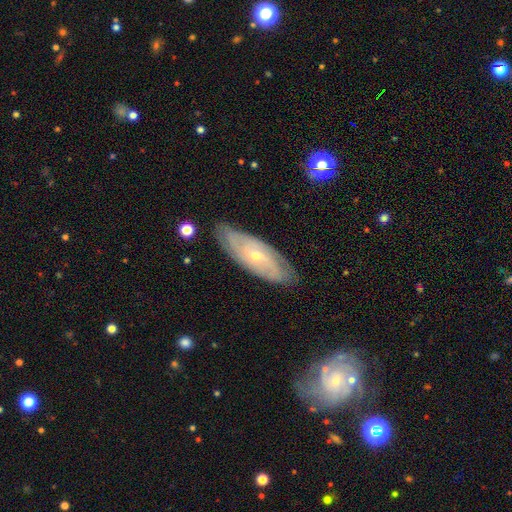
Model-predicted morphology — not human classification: Smooth or featured?
  - featured or disk: 76% *
  - smooth: 17%
  - star or artifact: 6%
Edge-on disk?
  - no: 84% *
  - yes: 16%
Bar?
  - no: 70% *
  - weak: 25%
  - strong: 5%
Spiral arms?
  - yes: 89% *
  - no: 11%
Spiral winding?
  - tight: 65% *
  - medium: 27%
  - loose: 8%
Spiral arm count?
  - can't tell: 48% *
  - 2: 25%
  - 3: 12%
  - 4: 7%
  - more than 4: 4%
  - 1: 4%
Bulge size?
  - small: 63% *
  - moderate: 34%
  - large: 1%
  - none: 1%
  - dominant: 1%
Merging?
  - none: 80% *
  - minor disturbance: 16%
  - major disturbance: 3%
  - merger: 1%